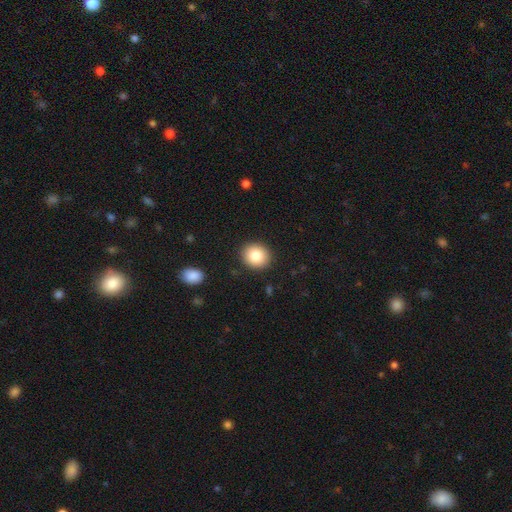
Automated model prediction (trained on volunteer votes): The model was most divided on "how rounded": round: 80%, in between: 19%, cigar-shaped: 1%. More confident: merging — none (90%); smooth or featured — smooth (84%).